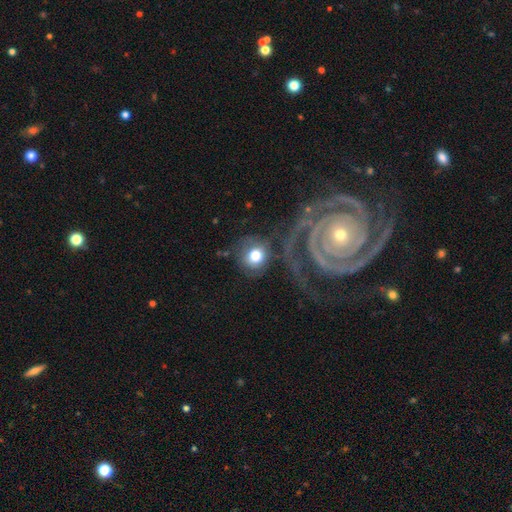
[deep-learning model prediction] This appears to be a smooth galaxy with no disk features (58%) that is round (85%). Merging: none (54%).